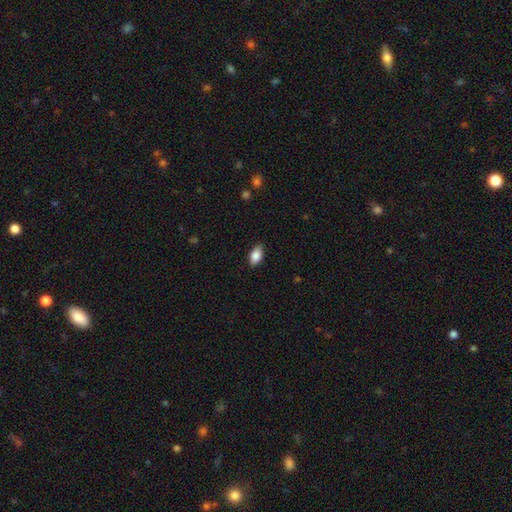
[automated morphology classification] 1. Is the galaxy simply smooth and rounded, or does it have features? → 86% smooth, 7% featured or disk, 7% star or artifact.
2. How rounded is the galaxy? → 92% in between, 5% round, 4% cigar-shaped.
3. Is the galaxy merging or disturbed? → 86% none, 11% minor disturbance, 2% major disturbance, 1% merger.